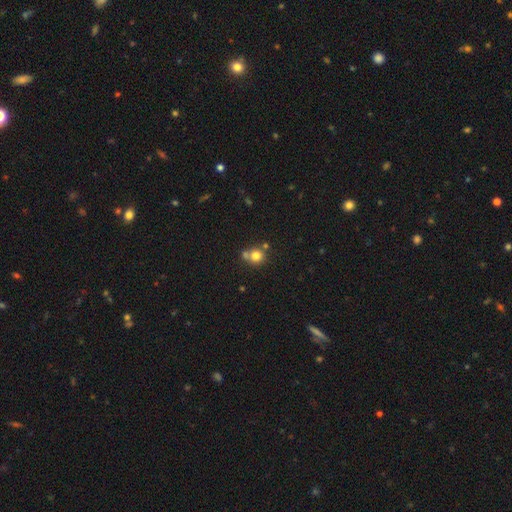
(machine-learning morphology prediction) smooth 77%, star or artifact 13%, featured or disk 11%. Down the decision tree: how rounded — round (87%); merging — none (54%).